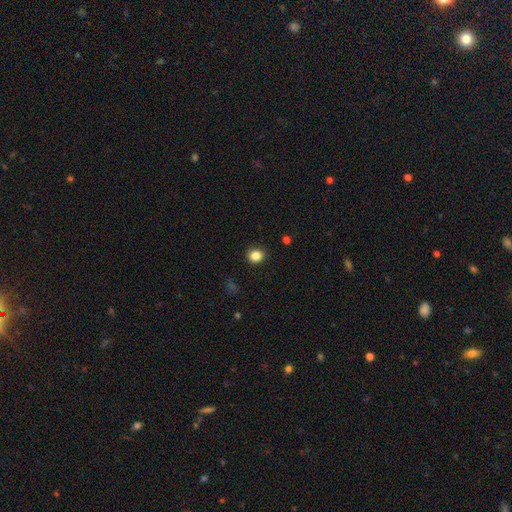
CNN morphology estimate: This is clearly a smooth galaxy (85%). How rounded: likely round (77%). Merging: clearly none (91%).